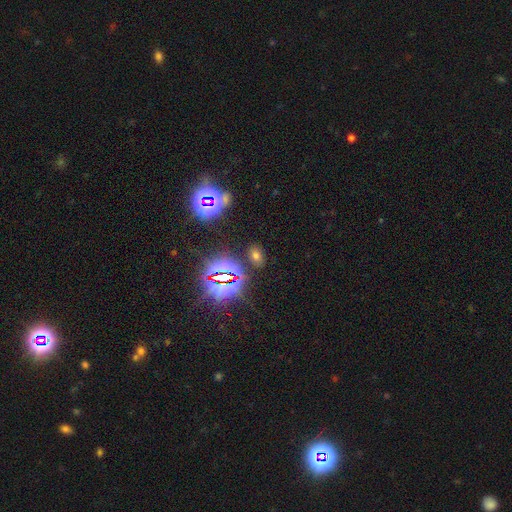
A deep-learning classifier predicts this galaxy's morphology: The model was most divided on "smooth or featured": smooth: 53%, star or artifact: 38%, featured or disk: 9%. More confident: merging — none (84%); how rounded — in between (81%).